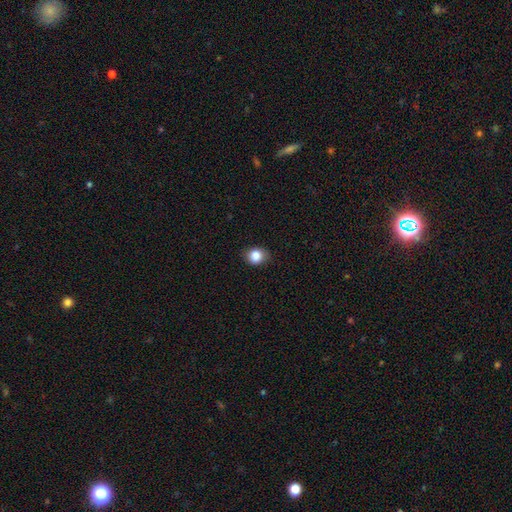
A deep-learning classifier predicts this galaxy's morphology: A smooth galaxy with no disk features (85%) that is round (69%). Merging: none (82%).